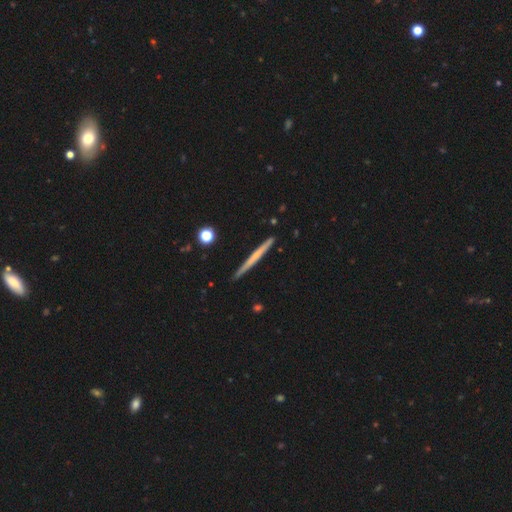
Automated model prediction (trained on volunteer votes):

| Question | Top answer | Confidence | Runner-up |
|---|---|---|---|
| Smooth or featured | featured or disk | 49% | smooth (45%) |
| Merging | none | 90% | minor disturbance (7%) |